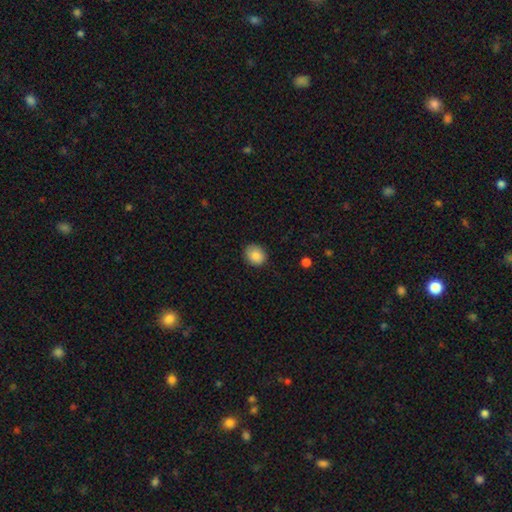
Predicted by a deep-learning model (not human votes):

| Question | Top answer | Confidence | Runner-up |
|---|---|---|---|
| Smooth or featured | smooth | 86% | star or artifact (8%) |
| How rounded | round | 73% | in between (26%) |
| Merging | none | 87% | minor disturbance (10%) |